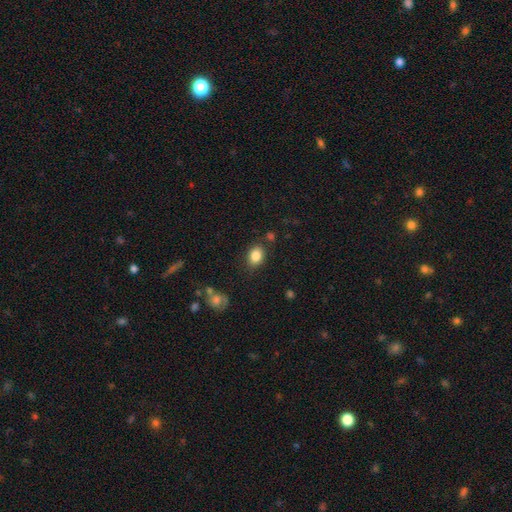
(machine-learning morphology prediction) The model was most divided on "how rounded": in between: 69%, round: 30%, cigar-shaped: 1%. More confident: smooth or featured — smooth (85%); merging — none (80%).